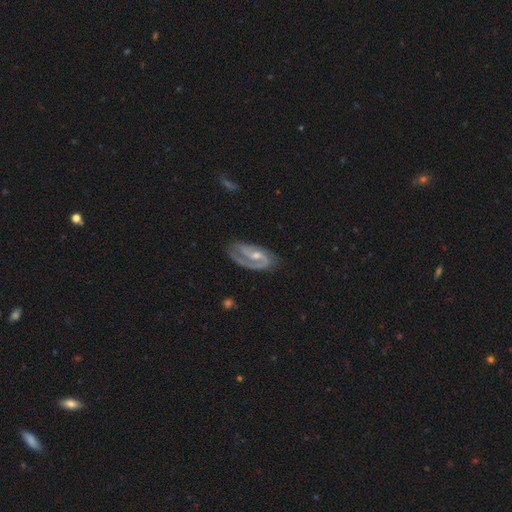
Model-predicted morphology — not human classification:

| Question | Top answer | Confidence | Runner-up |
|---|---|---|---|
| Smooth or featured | featured or disk | 87% | smooth (8%) |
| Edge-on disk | no | 96% | yes (4%) |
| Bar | weak | 44% | no (38%) |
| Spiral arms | yes | 96% | no (4%) |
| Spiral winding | medium | 45% | tight (42%) |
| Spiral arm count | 2 | 71% | 1 (19%) |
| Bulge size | small | 46% | tied: moderate (46%) |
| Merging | none | 68% | minor disturbance (19%) |